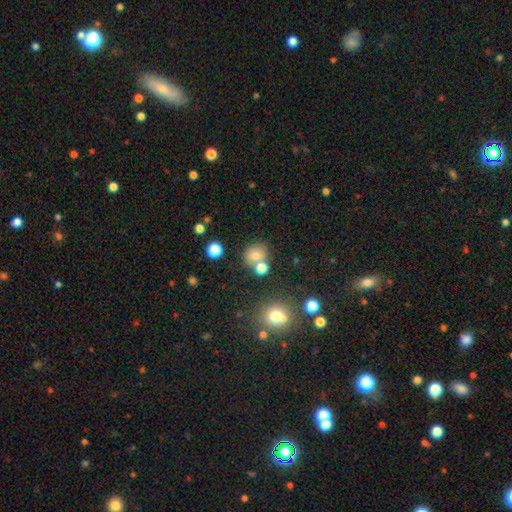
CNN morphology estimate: Smooth or featured?
  - smooth: 73% *
  - star or artifact: 16%
  - featured or disk: 10%
How rounded?
  - round: 75% *
  - in between: 24%
  - cigar-shaped: 1%
Merging?
  - none: 63% *
  - merger: 21%
  - minor disturbance: 11%
  - major disturbance: 4%